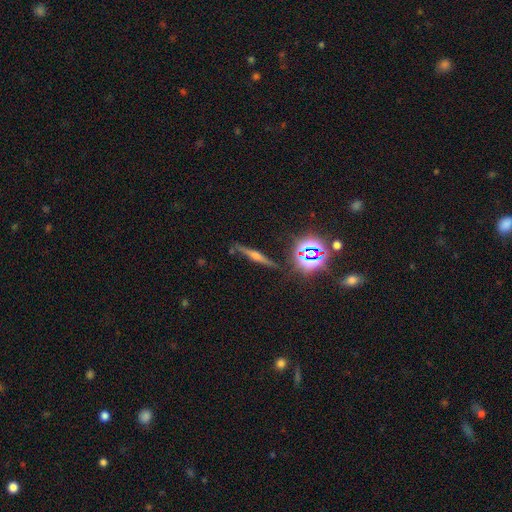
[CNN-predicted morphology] featured or disk 57%, star or artifact 23%, smooth 20%. Down the decision tree: edge-on disk — yes (94%); edge-on bulge — rounded (83%); merging — none (85%).